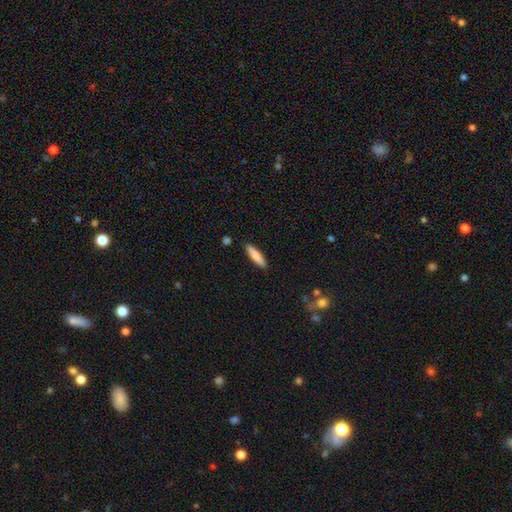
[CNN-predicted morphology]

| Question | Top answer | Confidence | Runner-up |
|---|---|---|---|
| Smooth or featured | smooth | 82% | featured or disk (13%) |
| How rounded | cigar-shaped | 79% | in between (20%) |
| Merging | none | 89% | minor disturbance (8%) |